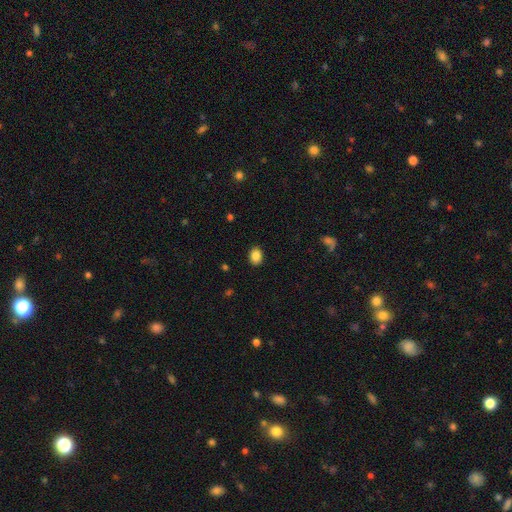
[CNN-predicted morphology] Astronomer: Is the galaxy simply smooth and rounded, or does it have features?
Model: smooth — 87%.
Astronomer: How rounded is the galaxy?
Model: in between — 68%.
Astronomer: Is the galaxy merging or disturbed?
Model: none — 89%.